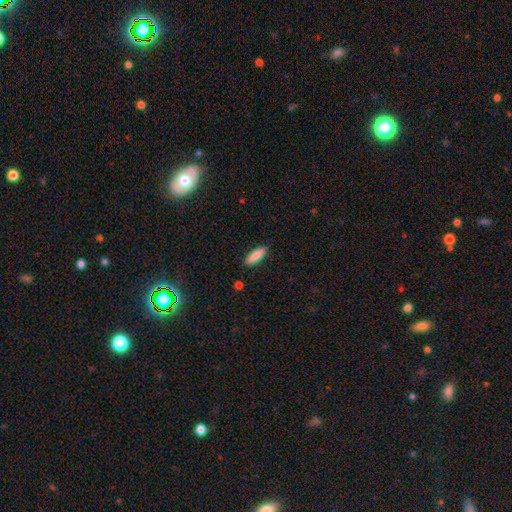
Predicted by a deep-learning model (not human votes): A smooth galaxy with no disk features (87%) that is in between round and cigar-shaped (56%).

Vote fractions:
- Smooth or featured? smooth: 87% / featured or disk: 6% / star or artifact: 6%
- How rounded? in between: 56% / cigar-shaped: 43% / round: 2%
- Merging? none: 88% / minor disturbance: 9% / major disturbance: 2% / merger: 1%